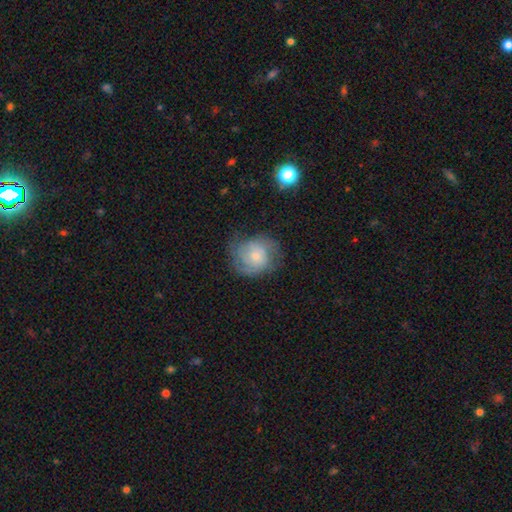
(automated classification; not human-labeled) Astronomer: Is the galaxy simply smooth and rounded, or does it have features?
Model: featured or disk — 55% (runner-up: smooth, 38%).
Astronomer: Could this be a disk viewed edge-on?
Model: no — 97%.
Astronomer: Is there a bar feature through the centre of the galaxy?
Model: no — 76%.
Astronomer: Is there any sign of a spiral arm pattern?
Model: yes — 84%.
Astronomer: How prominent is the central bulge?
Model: small — 55% (runner-up: moderate, 36%).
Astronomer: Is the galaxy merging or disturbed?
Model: none — 59%.